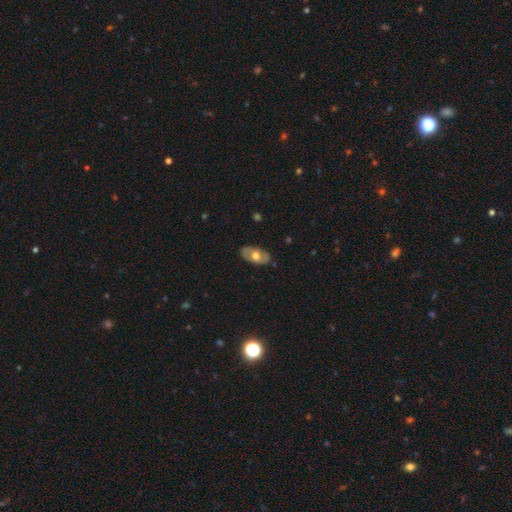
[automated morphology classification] This appears to be a smooth galaxy with no disk features (52%) that is in between round and cigar-shaped (92%). Merging: none (82%).